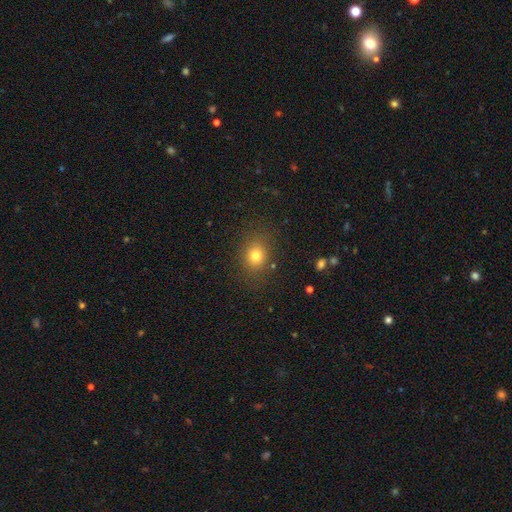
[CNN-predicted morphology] smooth-or-featured: smooth: 77% | star or artifact: 14% | featured or disk: 9%
  how-rounded: round: 64% | in between: 35% | cigar-shaped: 1%
  merging: none: 84% | minor disturbance: 10% | major disturbance: 4% | merger: 2%